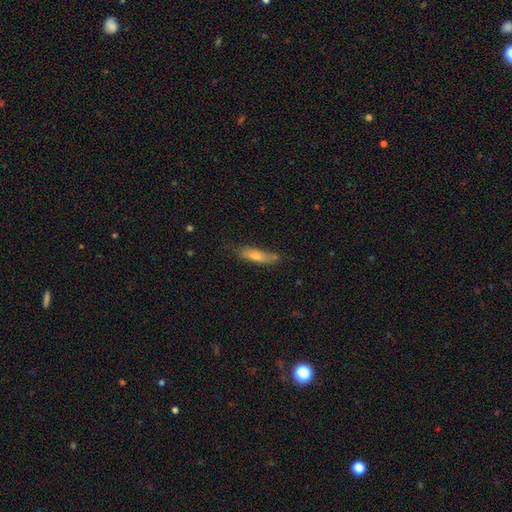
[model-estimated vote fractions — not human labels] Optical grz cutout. It shows a smooth galaxy with no disk features (63%) that is cigar-shaped (71%). Merging: none (69%).